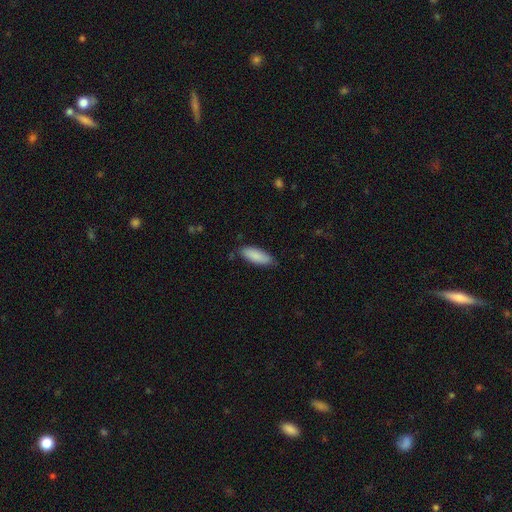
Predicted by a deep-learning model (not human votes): Smooth or featured? Predicted: smooth (p=0.88). How rounded? Predicted: in between (p=0.66). Merging? Predicted: none (p=0.80).